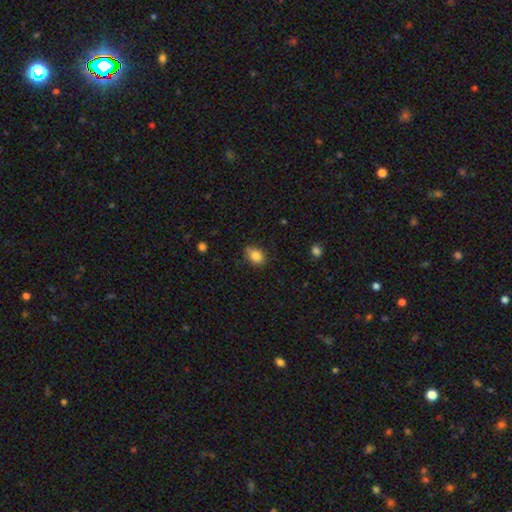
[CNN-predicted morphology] Smooth or featured? Predicted: smooth (p=0.85). How rounded? Predicted: in between (p=0.71). Merging? Predicted: none (p=0.71).